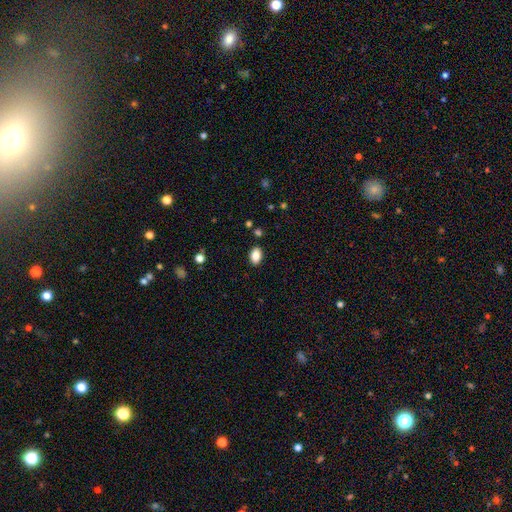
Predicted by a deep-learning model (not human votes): smooth_or_featured: smooth (p=0.87) [alt: star or artifact p=0.08]
how_rounded: in between (p=0.90) [alt: round p=0.08]
merging: none (p=0.88) [alt: minor disturbance p=0.09]